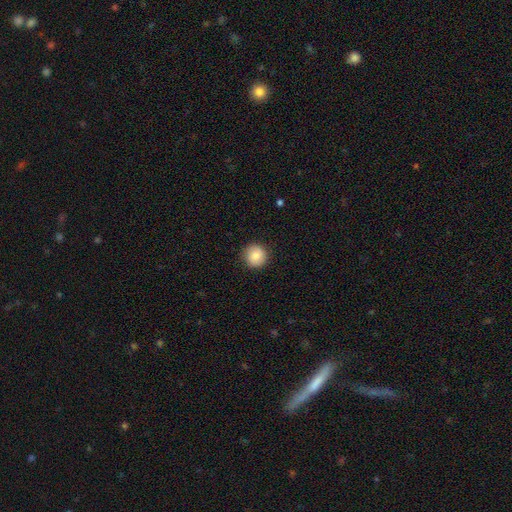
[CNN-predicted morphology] The model was most divided on "smooth or featured": smooth: 85%, star or artifact: 8%, featured or disk: 7%. More confident: how rounded — round (93%); merging — none (89%).